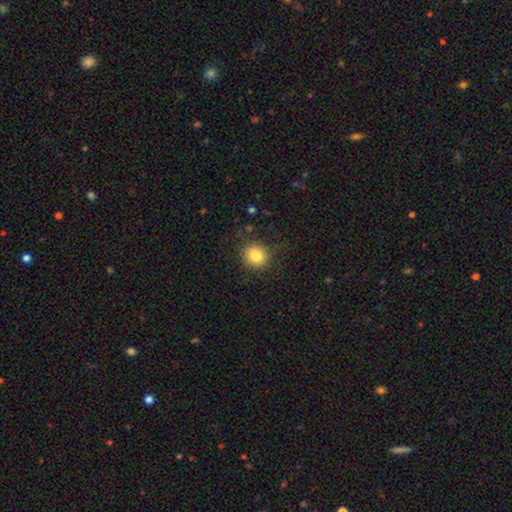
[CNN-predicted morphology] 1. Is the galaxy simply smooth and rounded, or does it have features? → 83% smooth, 10% star or artifact, 7% featured or disk.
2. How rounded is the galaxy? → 89% round, 10% in between, 1% cigar-shaped.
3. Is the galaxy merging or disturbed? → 85% none, 10% minor disturbance, 4% major disturbance, 1% merger.